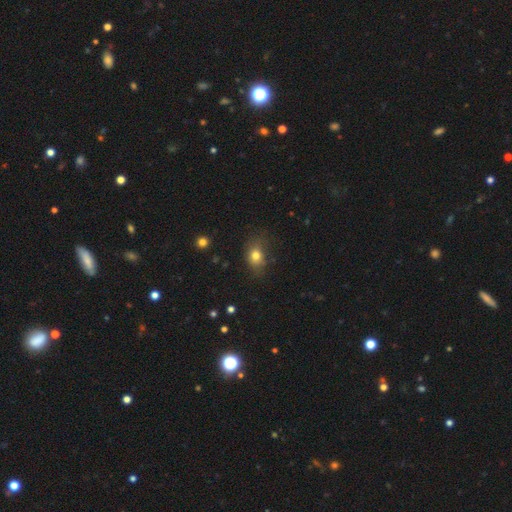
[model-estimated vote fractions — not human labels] Smooth or featured: smooth — 77% (star or artifact — 13%)
How rounded: in between — 54% (round — 44%)
Merging: none — 68% (minor disturbance — 22%)